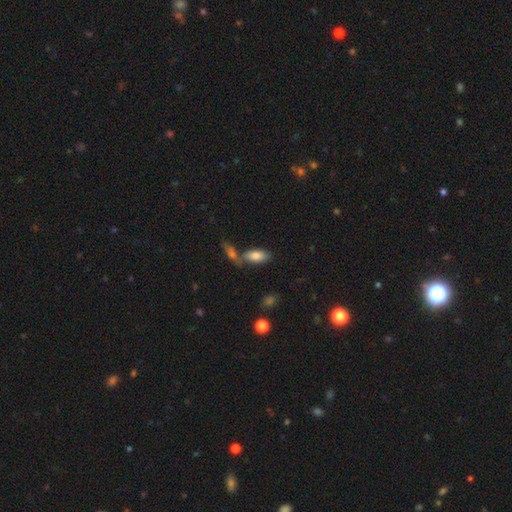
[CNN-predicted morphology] smooth_or_featured: smooth (p=0.79) [alt: featured or disk p=0.13]
how_rounded: in between (p=0.86) [alt: cigar-shaped p=0.11]
merging: none (p=0.52) [alt: merger p=0.33]